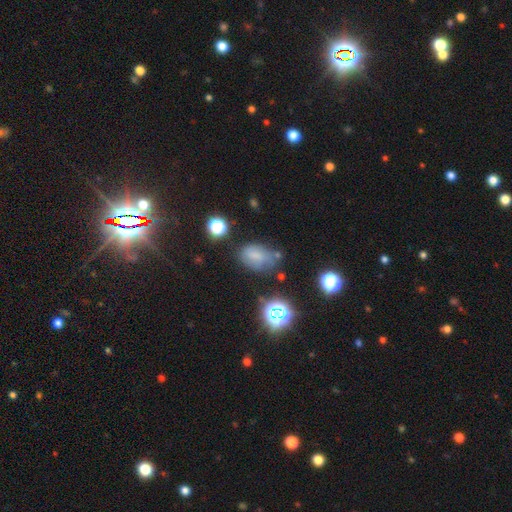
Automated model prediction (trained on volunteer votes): smooth 60%, star or artifact 21%, featured or disk 19%. Down the decision tree: how rounded — in between (84%); merging — none (52%).